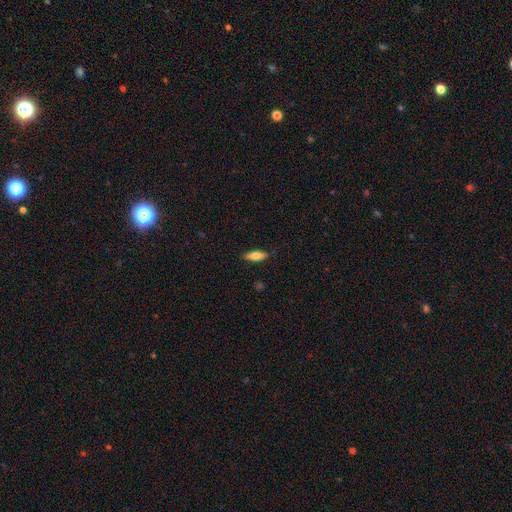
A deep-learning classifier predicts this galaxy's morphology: type=smooth (74%); roundness=in between (60%); merging=none (86%).